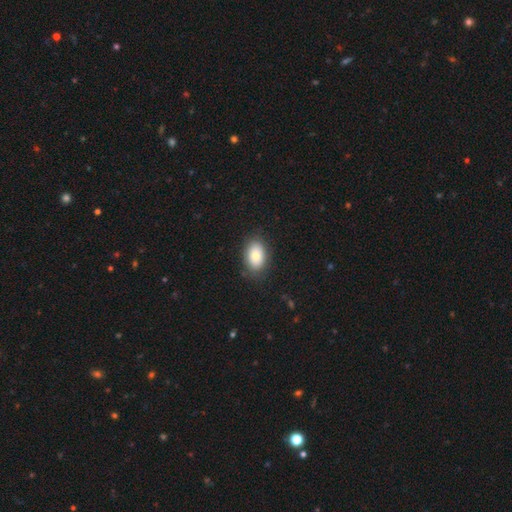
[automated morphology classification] Smooth or featured: smooth — 80% (featured or disk — 13%)
How rounded: in between — 86% (round — 13%)
Merging: none — 82% (minor disturbance — 13%)